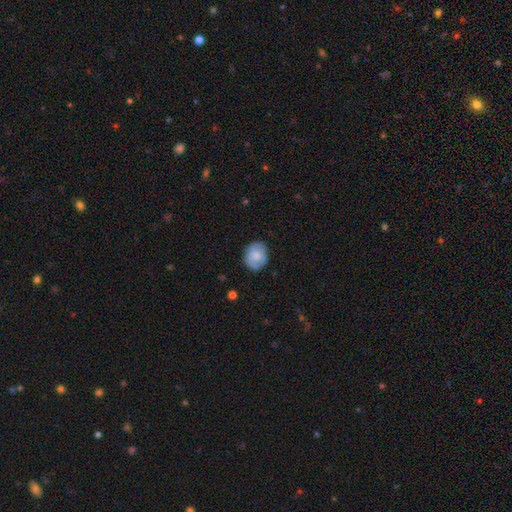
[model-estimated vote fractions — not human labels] The model was most divided on "how rounded": round: 53%, in between: 46%, cigar-shaped: 1%. More confident: merging — none (75%); smooth or featured — smooth (70%).